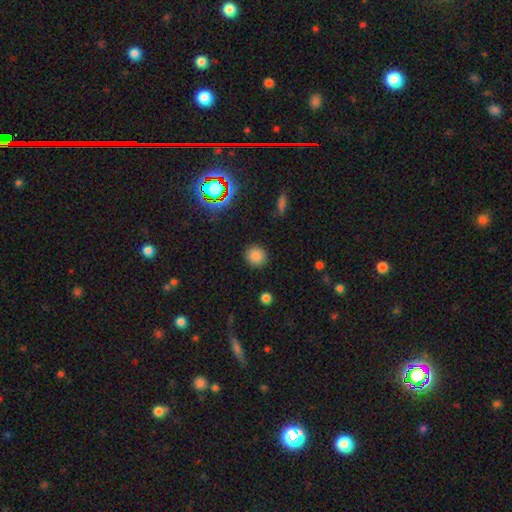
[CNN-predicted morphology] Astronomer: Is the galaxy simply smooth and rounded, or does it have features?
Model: smooth — 82%.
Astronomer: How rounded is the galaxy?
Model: round — 90%.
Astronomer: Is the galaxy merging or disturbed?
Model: none — 89%.